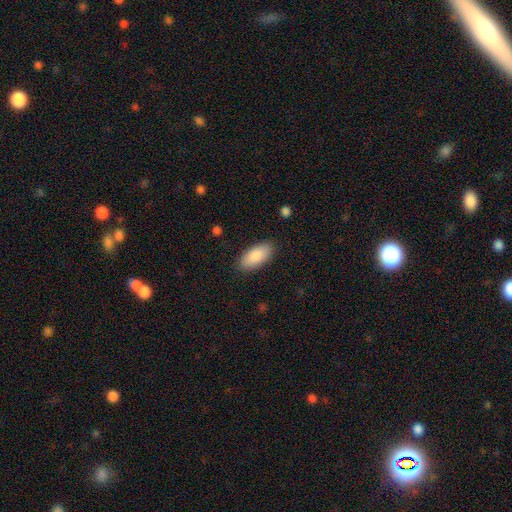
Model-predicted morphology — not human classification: smooth 88%, featured or disk 6%, star or artifact 6%. Down the decision tree: how rounded — in between (92%); merging — none (87%).